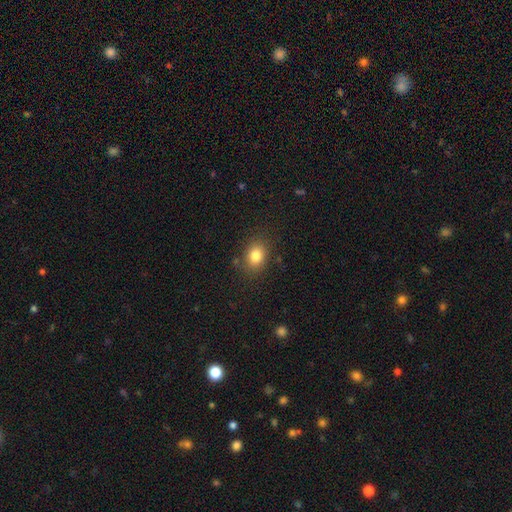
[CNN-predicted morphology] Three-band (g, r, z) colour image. It shows a smooth galaxy with no disk features (82%) that is in between round and cigar-shaped (59%). Merging: none (82%).